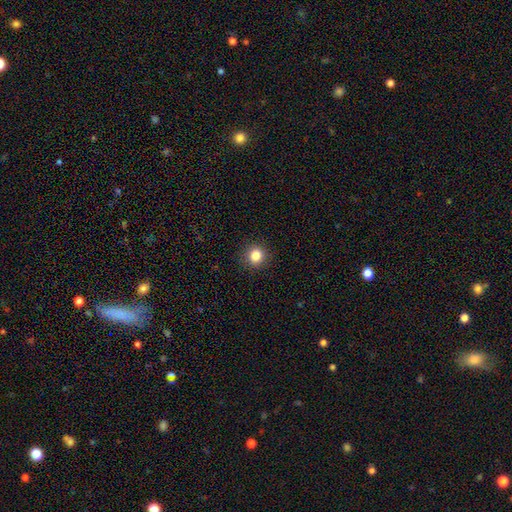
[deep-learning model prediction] Smooth or featured: smooth — 84% (star or artifact — 11%)
How rounded: round — 91% (in between — 8%)
Merging: none — 91% (minor disturbance — 6%)